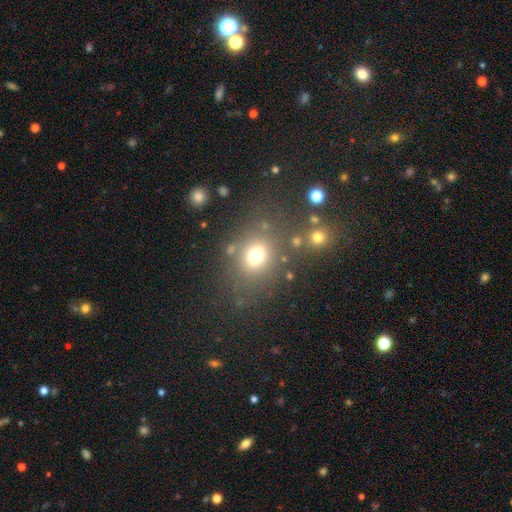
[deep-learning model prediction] Smooth or featured? smooth (71%)
How rounded? round (63%)
Merging? none (72%)